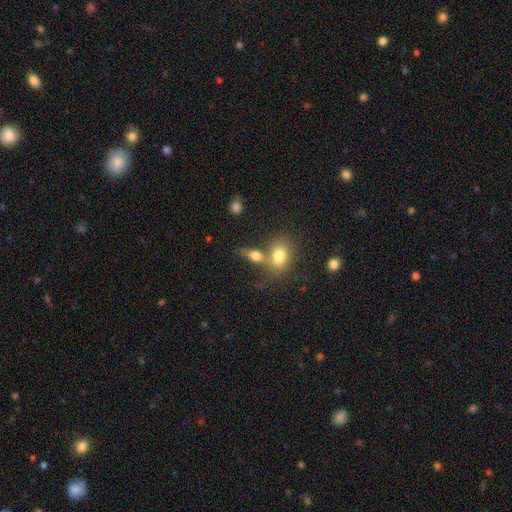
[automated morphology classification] Smooth or featured: smooth — 71% (featured or disk — 19%)
How rounded: in between — 68% (round — 20%)
Merging: none — 44% (merger — 38%)